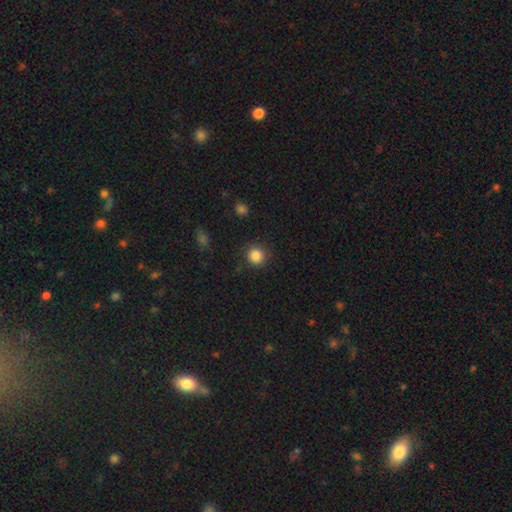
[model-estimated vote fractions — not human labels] smooth_or_featured: smooth (p=0.85) [alt: star or artifact p=0.11]
how_rounded: round (p=0.92) [alt: in between p=0.07]
merging: none (p=0.89) [alt: minor disturbance p=0.07]